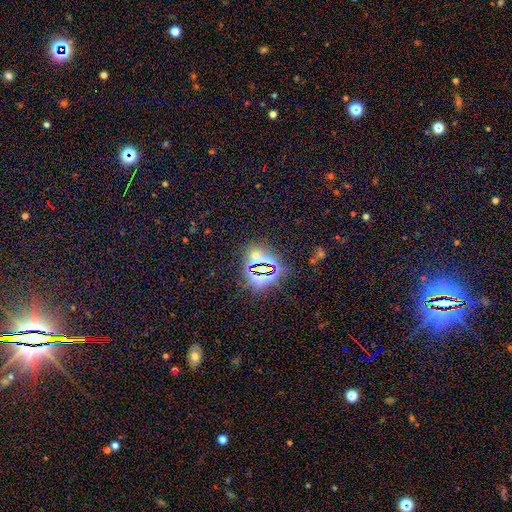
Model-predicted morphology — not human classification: A star or artifact, not a galaxy (77%).

Vote fractions:
- Smooth or featured? star or artifact: 77% / smooth: 16% / featured or disk: 8%